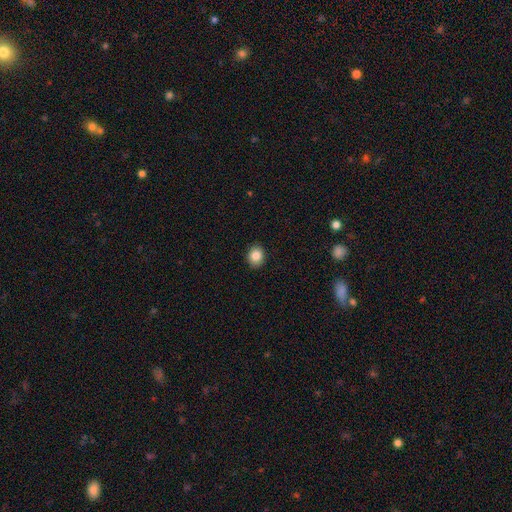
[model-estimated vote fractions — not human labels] Smooth or featured? Predicted: smooth (p=0.85). How rounded? Predicted: round (p=0.58). Merging? Predicted: none (p=0.91).